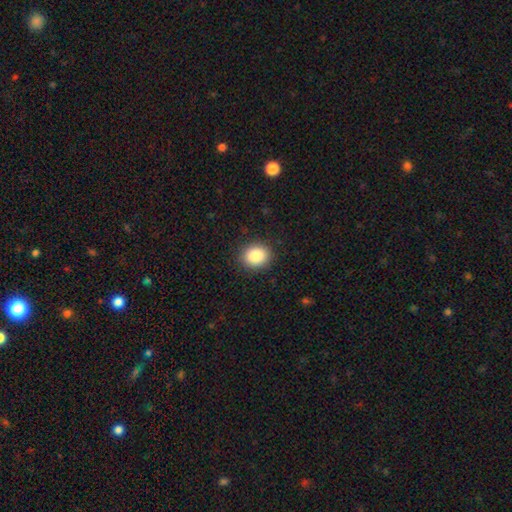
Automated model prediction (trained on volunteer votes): A smooth galaxy with no disk features (87%) that is round (60%).

Vote fractions:
- Smooth or featured? smooth: 87% / star or artifact: 9% / featured or disk: 4%
- How rounded? round: 60% / in between: 39% / cigar-shaped: 1%
- Merging? none: 89% / minor disturbance: 8% / major disturbance: 2% / merger: 1%